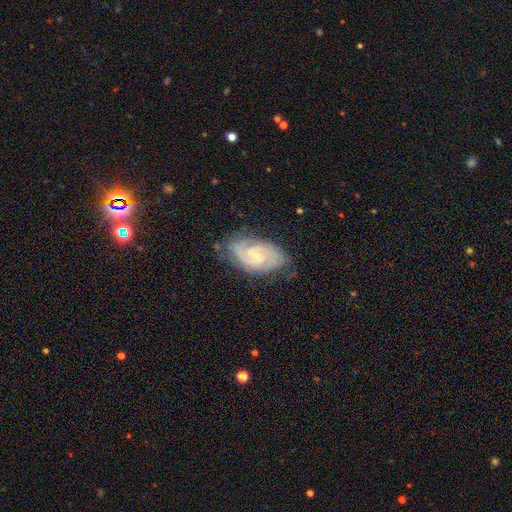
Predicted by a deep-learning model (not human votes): Smooth or featured? featured or disk (84%)
Edge-on disk? no (97%)
Bar? weak (46%)
Spiral arms? yes (96%)
Spiral winding? tight (54%)
Spiral arm count? 2 (68%)
Bulge size? small (72%)
Merging? none (70%)